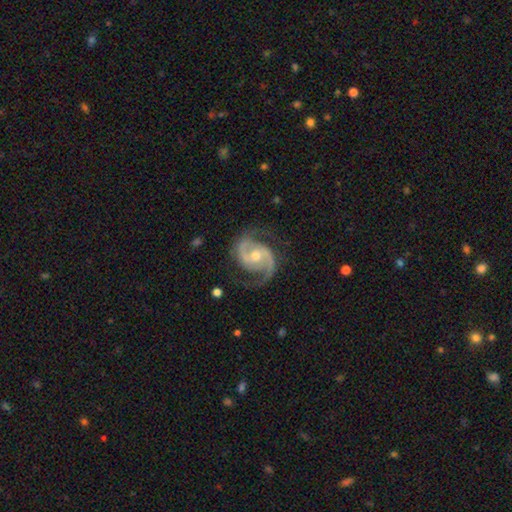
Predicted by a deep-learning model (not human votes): Smooth or featured?
  - featured or disk: 93% *
  - star or artifact: 4%
  - smooth: 3%
Edge-on disk?
  - no: 98% *
  - yes: 2%
Bar?
  - no: 50% *
  - weak: 37%
  - strong: 13%
Spiral arms?
  - yes: 98% *
  - no: 2%
Spiral winding?
  - medium: 60% *
  - tight: 24%
  - loose: 16%
Spiral arm count?
  - 2: 93% *
  - can't tell: 2%
  - 3: 2%
  - 1: 1%
  - 4: 1%
  - more than 4: 1%
Bulge size?
  - moderate: 62% *
  - small: 33%
  - large: 3%
  - none: 1%
  - dominant: 1%
Merging?
  - none: 78% *
  - minor disturbance: 15%
  - major disturbance: 6%
  - merger: 1%